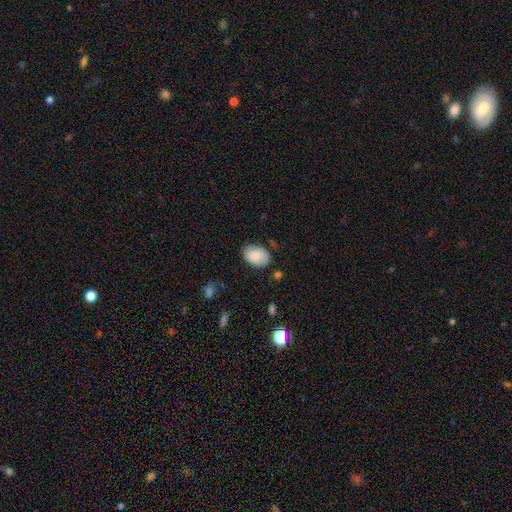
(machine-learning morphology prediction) Overall: smooth (88%). How rounded: in between (87%). Merging: none (77%).